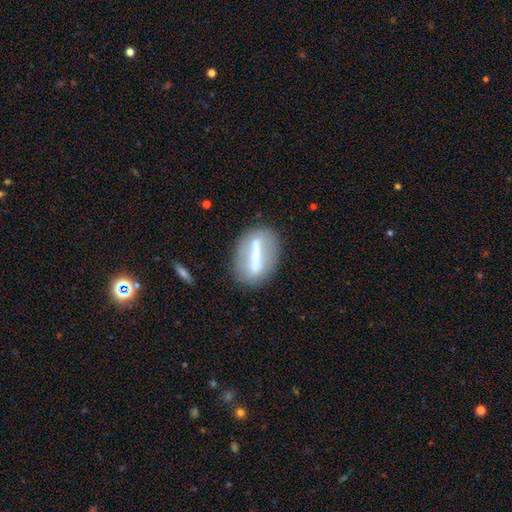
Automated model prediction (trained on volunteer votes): This is possibly a featured or disk galaxy (58%). It is likely not viewed edge-on (76%). Merging: likely none (77%).